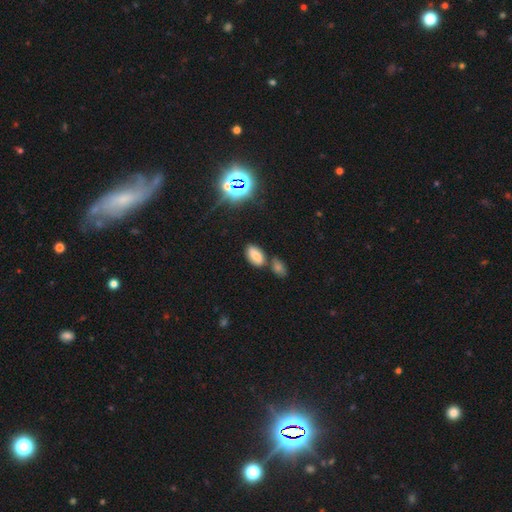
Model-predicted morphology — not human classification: smooth 71%, star or artifact 17%, featured or disk 12%. Down the decision tree: how rounded — in between (92%); merging — none (62%).